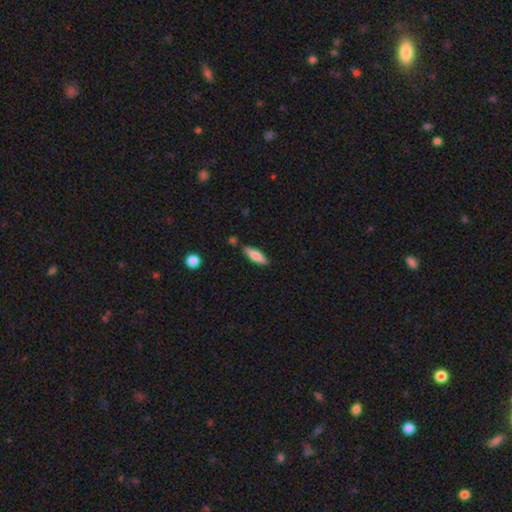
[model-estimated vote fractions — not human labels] This is likely a smooth galaxy (75%). How rounded: possibly cigar-shaped (56%). Merging: clearly none (81%).